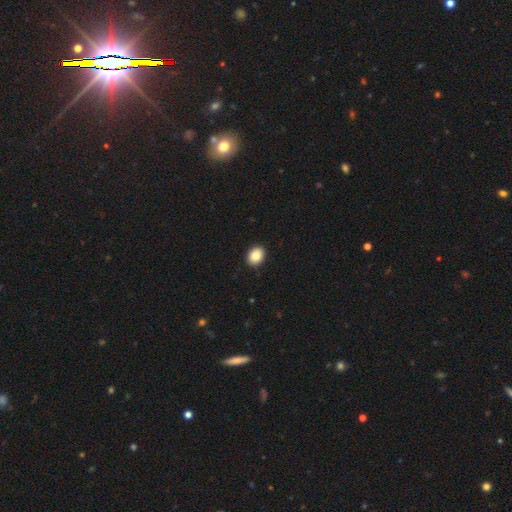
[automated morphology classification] type=smooth (88%); roundness=in between (60%); merging=none (91%).